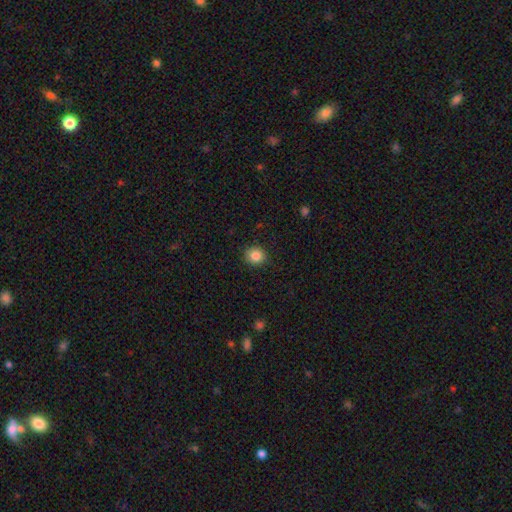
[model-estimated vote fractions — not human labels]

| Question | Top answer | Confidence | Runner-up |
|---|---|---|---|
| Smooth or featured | smooth | 85% | star or artifact (10%) |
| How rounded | round | 81% | in between (18%) |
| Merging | none | 89% | minor disturbance (8%) |